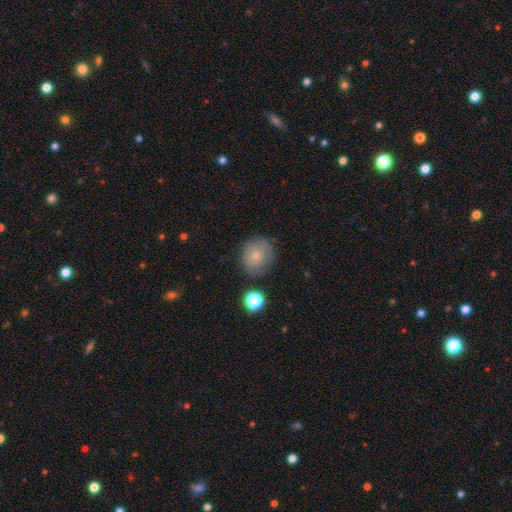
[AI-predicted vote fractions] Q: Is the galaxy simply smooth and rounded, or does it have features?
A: smooth — 71%.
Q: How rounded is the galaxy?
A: round — 85%.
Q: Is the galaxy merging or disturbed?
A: none — 72%.